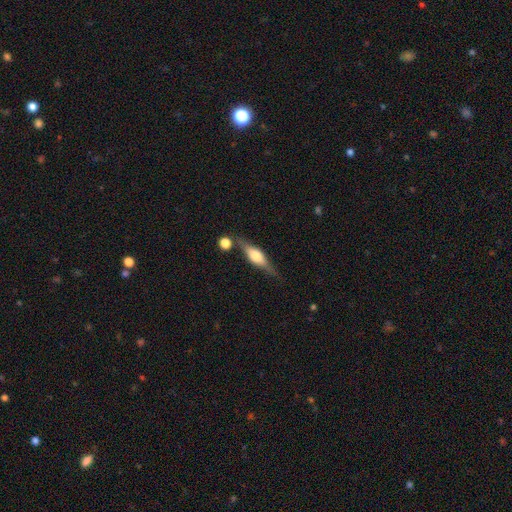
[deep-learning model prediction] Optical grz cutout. It shows a featured or disk galaxy (63%) viewed edge-on (94%) with a rounded central bulge (85%). Merging: none (73%).